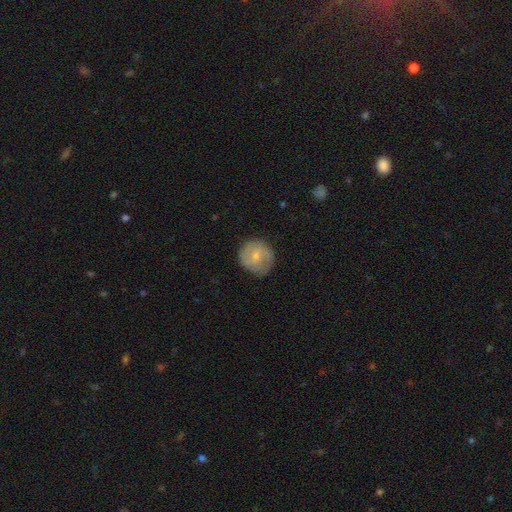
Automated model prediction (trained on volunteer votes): A smooth galaxy with no disk features (51%) that is round (90%).

Vote fractions:
- Smooth or featured? smooth: 51% / featured or disk: 43% / star or artifact: 6%
- How rounded? round: 90% / in between: 9% / cigar-shaped: 1%
- Merging? none: 79% / minor disturbance: 16% / major disturbance: 4% / merger: 1%